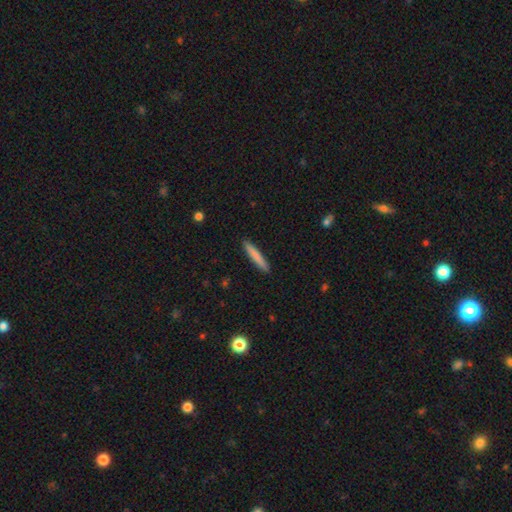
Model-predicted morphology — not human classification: The model was most divided on "smooth or featured": smooth: 78%, featured or disk: 16%, star or artifact: 6%. More confident: how rounded — cigar-shaped (94%); merging — none (91%).